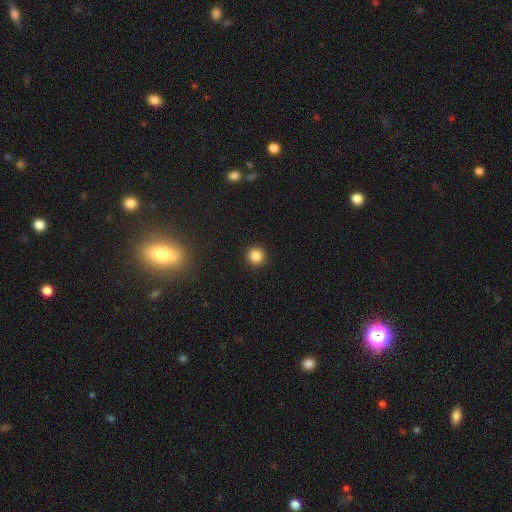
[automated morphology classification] Smooth or featured? smooth (85%)
How rounded? round (95%)
Merging? none (93%)